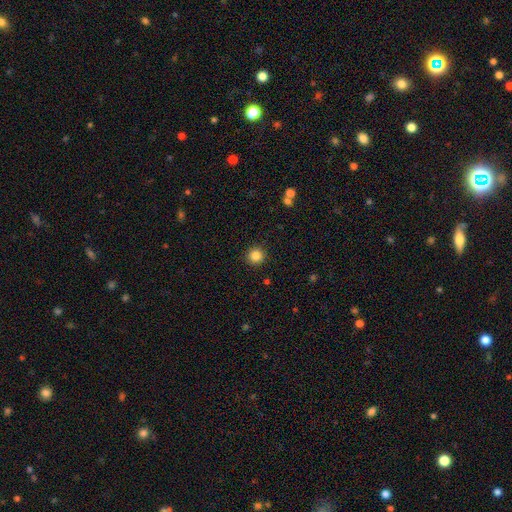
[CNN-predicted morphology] The model was most divided on "smooth or featured": smooth: 85%, star or artifact: 11%, featured or disk: 4%. More confident: how rounded — round (95%); merging — none (92%).